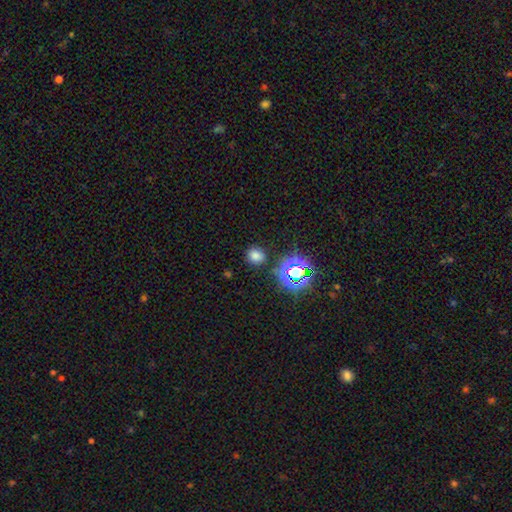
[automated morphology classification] smooth-or-featured: smooth: 70% | star or artifact: 24% | featured or disk: 6%
  how-rounded: round: 77% | in between: 22% | cigar-shaped: 1%
  merging: none: 86% | minor disturbance: 8% | major disturbance: 3% | merger: 3%